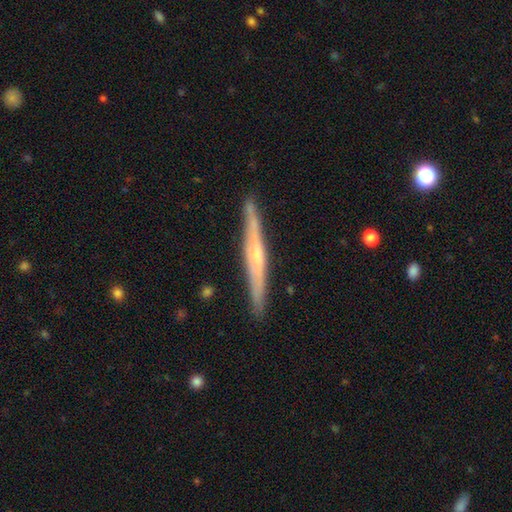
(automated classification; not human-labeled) This is likely a featured or disk galaxy (69%). It is clearly viewed edge-on (96%). Edge-on bulge: possibly rounded (52%). Merging: clearly none (89%).